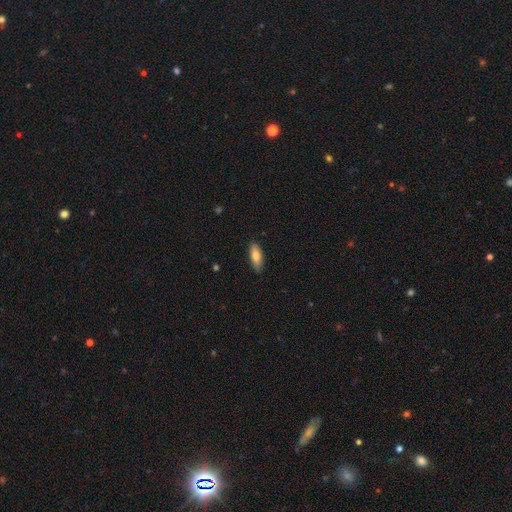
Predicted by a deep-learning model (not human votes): smooth-or-featured: smooth: 78% | featured or disk: 16% | star or artifact: 6%
  how-rounded: in between: 71% | cigar-shaped: 26% | round: 2%
  merging: none: 85% | minor disturbance: 12% | major disturbance: 2% | merger: 1%